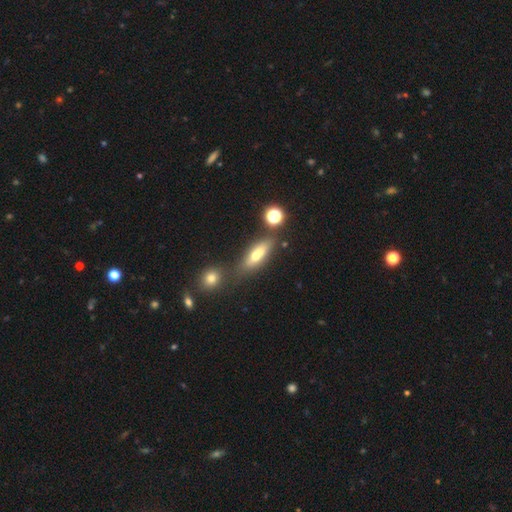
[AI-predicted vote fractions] Smooth or featured?
  - smooth: 58% *
  - featured or disk: 30%
  - star or artifact: 11%
How rounded?
  - in between: 59% *
  - cigar-shaped: 34%
  - round: 7%
Merging?
  - none: 51% *
  - merger: 30%
  - minor disturbance: 13%
  - major disturbance: 6%